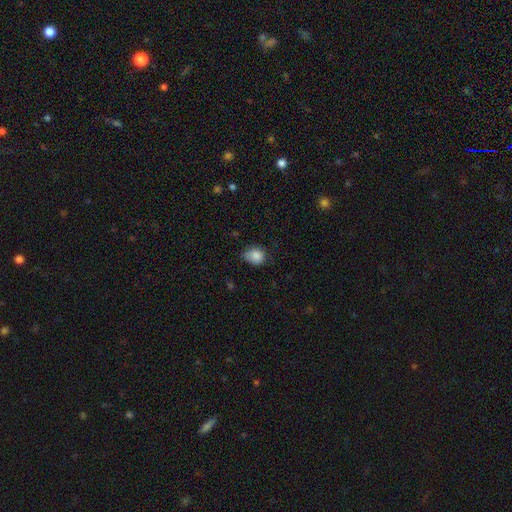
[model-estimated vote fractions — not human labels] A smooth galaxy with no disk features (85%) that is round (50%). Merging: none (52%).